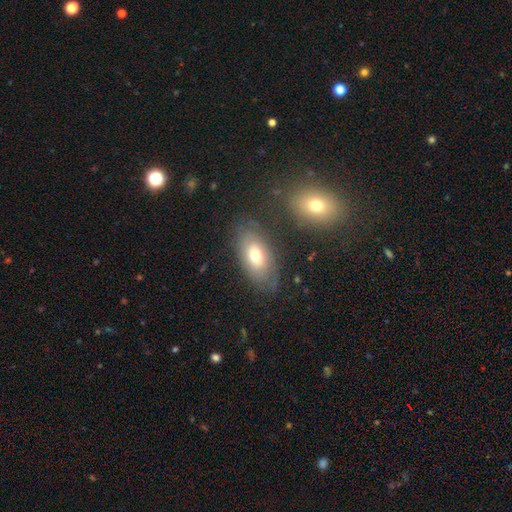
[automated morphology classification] A smooth galaxy with no disk features (60%) that is in between round and cigar-shaped (90%). Merging: none (74%).